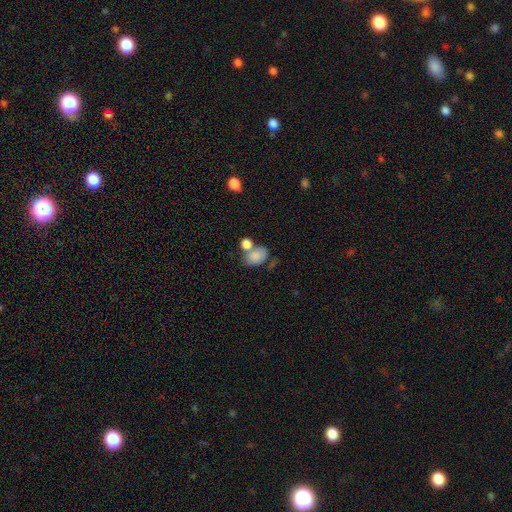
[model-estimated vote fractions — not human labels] A smooth galaxy with no disk features (82%) that is in between round and cigar-shaped (80%).

Vote fractions:
- Smooth or featured? smooth: 82% / featured or disk: 10% / star or artifact: 8%
- How rounded? in between: 80% / round: 19% / cigar-shaped: 1%
- Merging? none: 42% / merger: 36% / minor disturbance: 16% / major disturbance: 7%